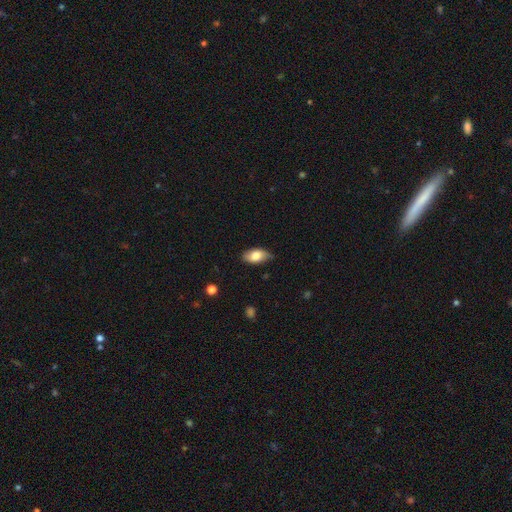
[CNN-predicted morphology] smooth 78%, featured or disk 16%, star or artifact 7%. Down the decision tree: how rounded — in between (93%); merging — none (72%).